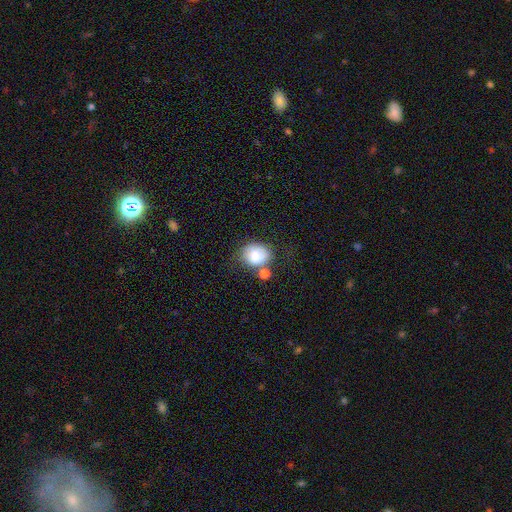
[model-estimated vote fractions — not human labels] Q: Smooth or featured?
A: smooth (77%); runner-up: featured or disk (14%)
Q: How rounded?
A: round (56%); runner-up: in between (43%)
Q: Merging?
A: none (53%); runner-up: minor disturbance (20%)